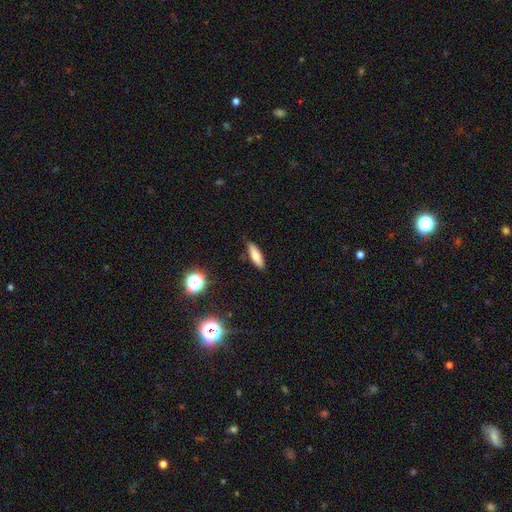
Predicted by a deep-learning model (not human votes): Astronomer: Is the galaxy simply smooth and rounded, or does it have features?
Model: smooth — 80%.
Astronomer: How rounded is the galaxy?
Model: cigar-shaped — 51% (runner-up: in between, 47%).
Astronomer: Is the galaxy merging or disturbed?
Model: none — 86%.